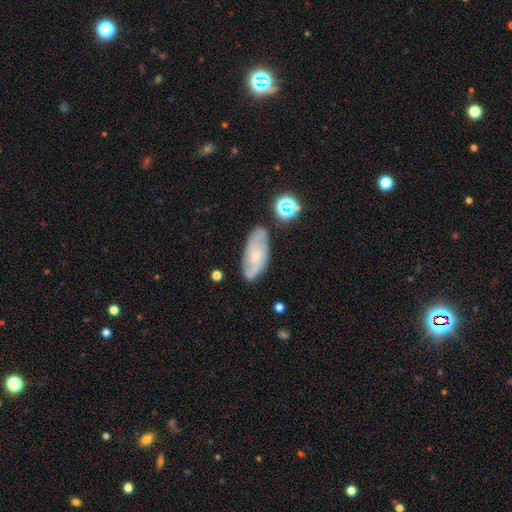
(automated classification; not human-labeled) Q: Smooth or featured?
A: featured or disk (56%); runner-up: smooth (35%)
Q: Edge-on disk?
A: no (89%); runner-up: yes (11%)
Q: Merging?
A: none (71%); runner-up: minor disturbance (19%)